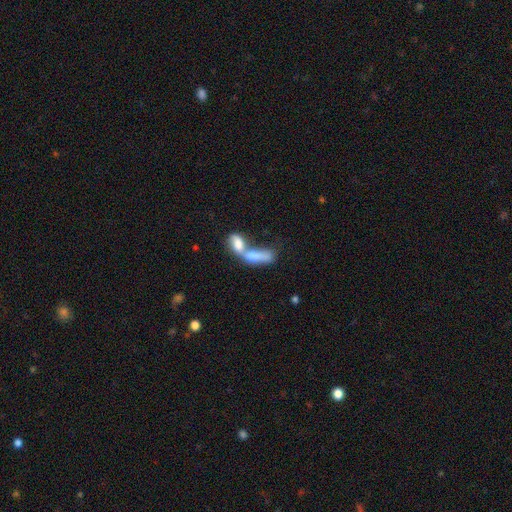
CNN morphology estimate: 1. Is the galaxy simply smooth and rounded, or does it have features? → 70% smooth, 22% featured or disk, 8% star or artifact.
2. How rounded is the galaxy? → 65% in between, 30% cigar-shaped, 5% round.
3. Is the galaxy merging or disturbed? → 78% merger, 10% none, 7% major disturbance, 5% minor disturbance.